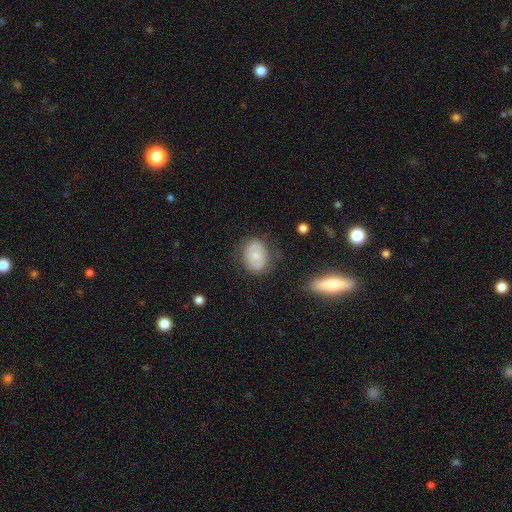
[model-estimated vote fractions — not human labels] smooth 65%, featured or disk 27%, star or artifact 8%. Down the decision tree: how rounded — in between (63%); merging — none (74%).